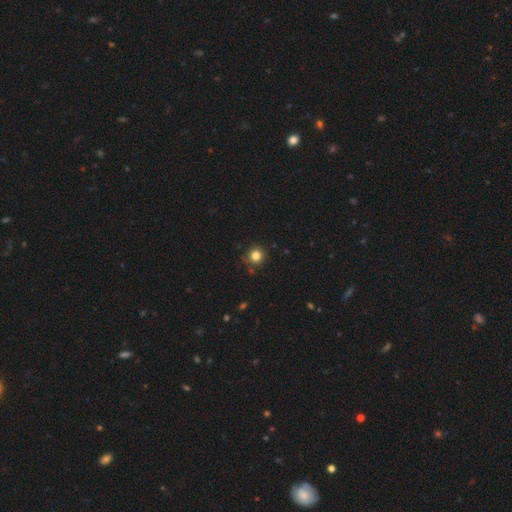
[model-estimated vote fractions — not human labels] The model was most divided on "smooth or featured": smooth: 82%, star or artifact: 13%, featured or disk: 5%. More confident: how rounded — round (93%); merging — none (85%).